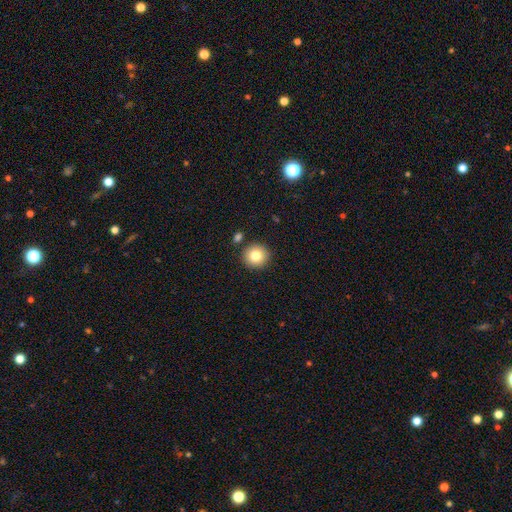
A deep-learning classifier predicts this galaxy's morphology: Smooth or featured: smooth — 81% (star or artifact — 10%)
How rounded: round — 94% (in between — 5%)
Merging: none — 86% (minor disturbance — 7%)